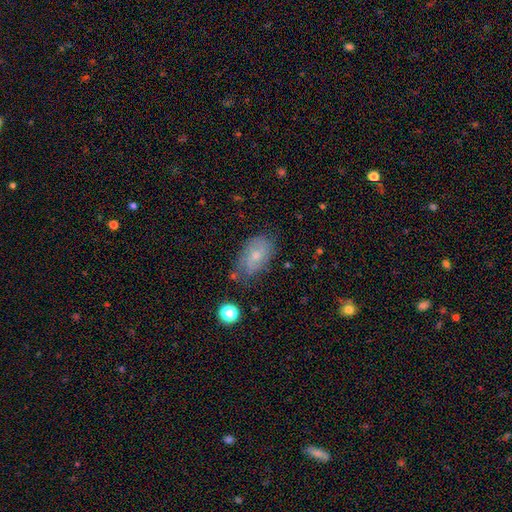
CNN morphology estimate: smooth_or_featured: smooth (p=0.47) [alt: featured or disk p=0.43]
merging: none (p=0.63) [alt: minor disturbance p=0.26]